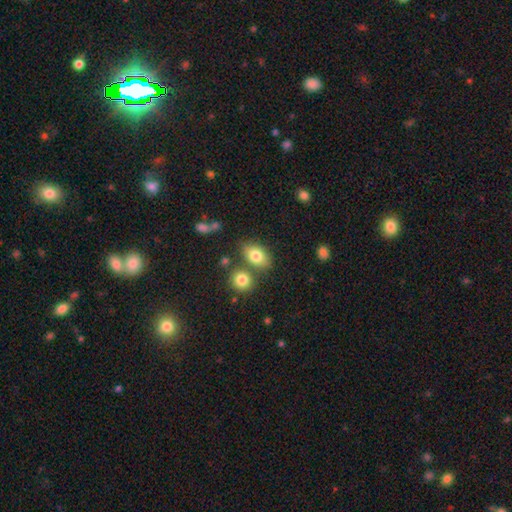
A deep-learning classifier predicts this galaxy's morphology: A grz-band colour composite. It shows a smooth galaxy with no disk features (80%) that is in between round and cigar-shaped (82%). Merging: none (67%).